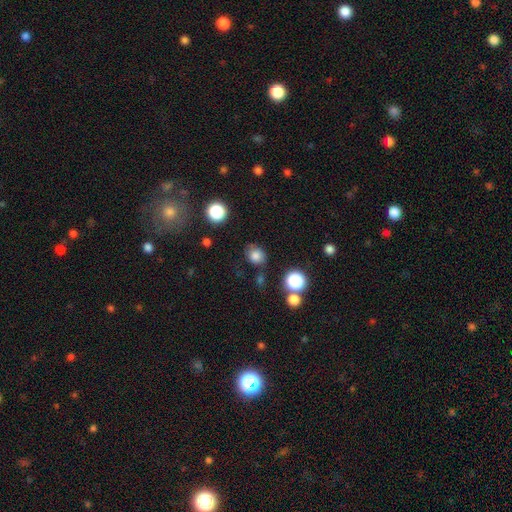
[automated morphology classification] Smooth or featured: smooth — 79% (star or artifact — 14%)
How rounded: round — 66% (in between — 33%)
Merging: none — 70% (minor disturbance — 19%)